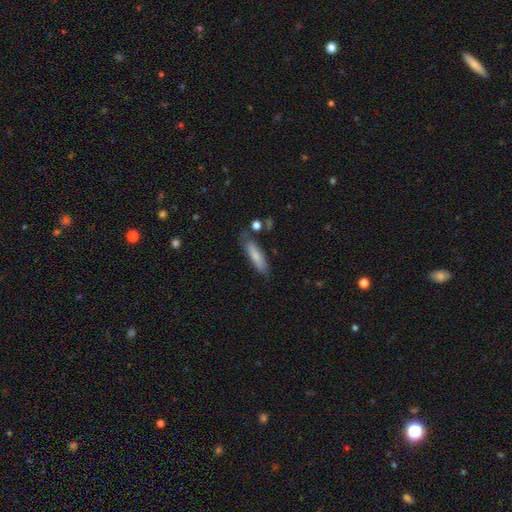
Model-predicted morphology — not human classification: smooth-or-featured: smooth: 74% | featured or disk: 19% | star or artifact: 6%
  how-rounded: cigar-shaped: 66% | in between: 32% | round: 2%
  merging: none: 72% | minor disturbance: 19% | major disturbance: 5% | merger: 5%